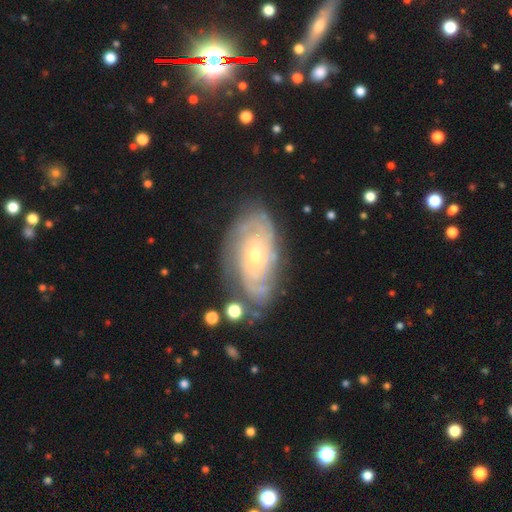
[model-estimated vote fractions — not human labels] This is clearly a featured or disk galaxy (81%). It is clearly not viewed edge-on (94%). Bar: likely no (75%). Spiral arm pattern: clearly yes (93%). Spiral arm count: possibly can't tell (47%). Spiral winding: likely tight (73%). Central bulge: likely small (68%). Merging: likely none (71%).